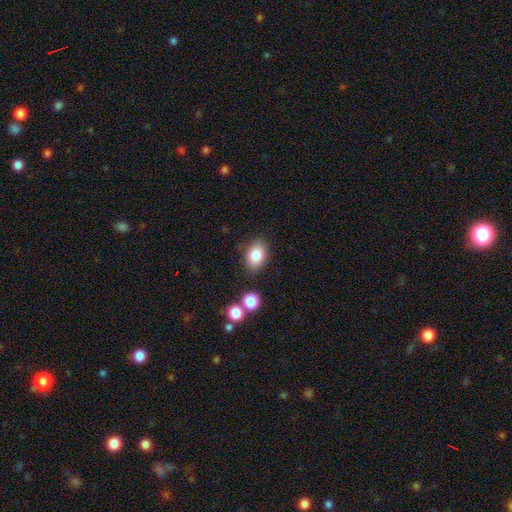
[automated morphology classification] Smooth or featured? Predicted: smooth (p=0.83). How rounded? Predicted: in between (p=0.80). Merging? Predicted: none (p=0.82).